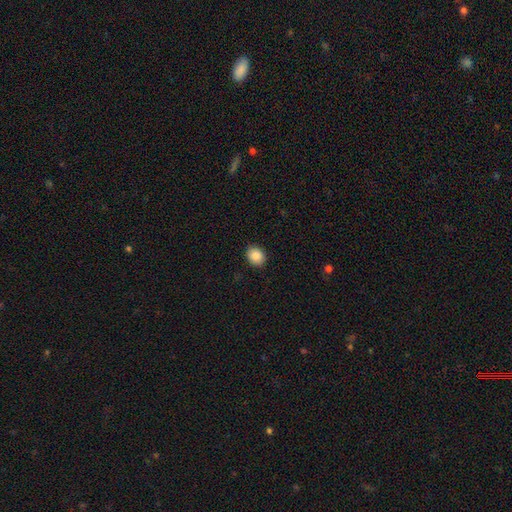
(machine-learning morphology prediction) Smooth or featured? smooth (88%)
How rounded? round (58%)
Merging? none (88%)